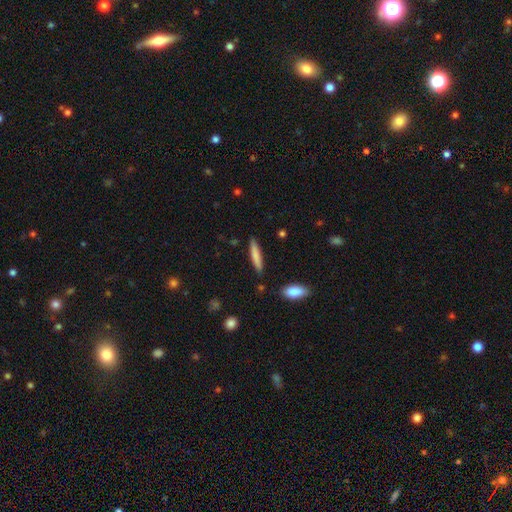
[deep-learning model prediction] smooth-or-featured: smooth: 77% | featured or disk: 17% | star or artifact: 6%
  how-rounded: cigar-shaped: 91% | in between: 8% | round: 1%
  merging: none: 87% | minor disturbance: 9% | merger: 3% | major disturbance: 2%